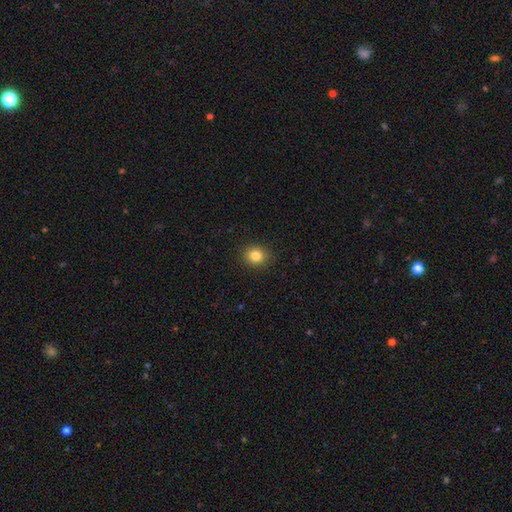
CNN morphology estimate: Smooth or featured: smooth — 83% (star or artifact — 11%)
How rounded: round — 79% (in between — 21%)
Merging: none — 91% (minor disturbance — 7%)